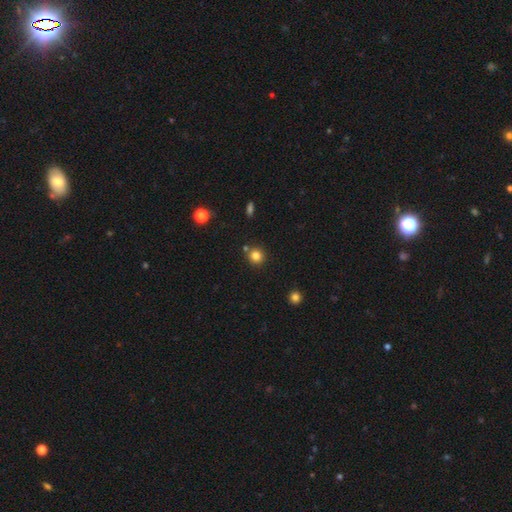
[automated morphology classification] smooth_or_featured: smooth (p=0.82) [alt: star or artifact p=0.12]
how_rounded: round (p=0.91) [alt: in between p=0.08]
merging: none (p=0.81) [alt: merger p=0.09]